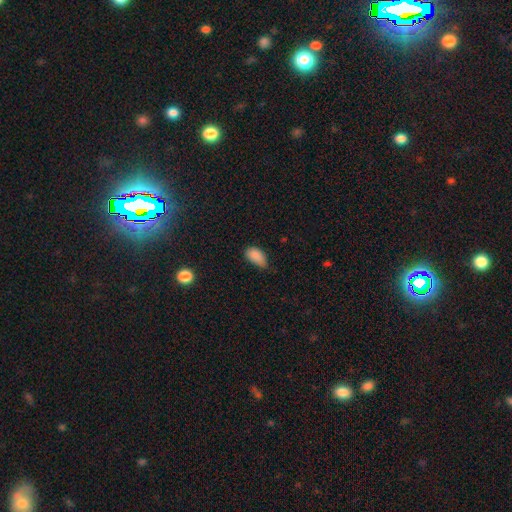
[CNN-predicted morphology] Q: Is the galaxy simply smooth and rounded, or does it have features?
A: smooth — 86%.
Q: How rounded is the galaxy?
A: in between — 92%.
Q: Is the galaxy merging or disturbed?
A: none — 45%.